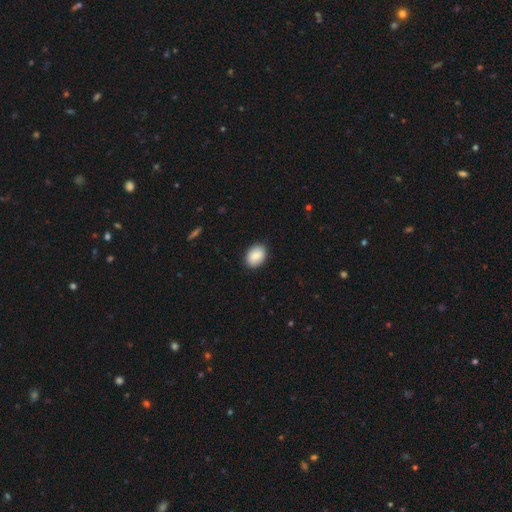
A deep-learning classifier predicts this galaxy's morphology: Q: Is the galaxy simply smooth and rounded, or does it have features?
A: smooth — 86%.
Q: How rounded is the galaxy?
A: in between — 75%.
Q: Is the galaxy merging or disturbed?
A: none — 88%.